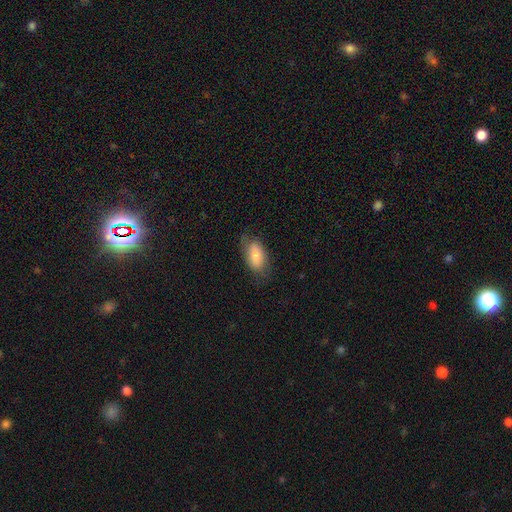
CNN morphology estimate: Smooth or featured? Predicted: smooth (p=0.74). How rounded? Predicted: in between (p=0.92). Merging? Predicted: none (p=0.66).